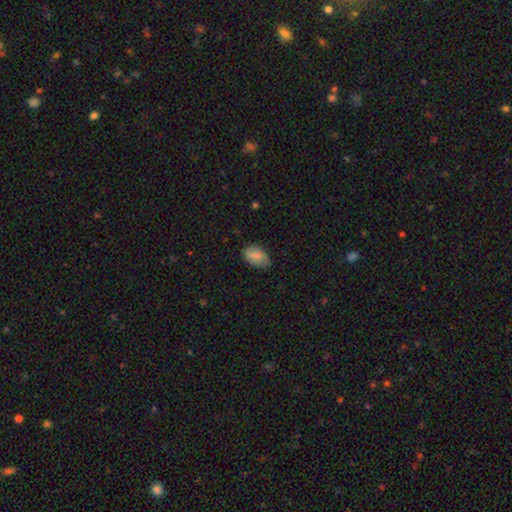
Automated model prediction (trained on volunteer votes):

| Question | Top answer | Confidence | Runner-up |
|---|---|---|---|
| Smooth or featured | smooth | 75% | featured or disk (17%) |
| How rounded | in between | 90% | round (8%) |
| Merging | none | 67% | minor disturbance (27%) |